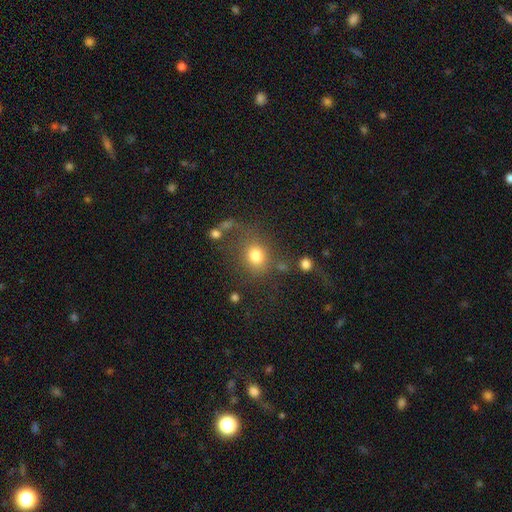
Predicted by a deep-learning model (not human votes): Q: Smooth or featured?
A: smooth (77%); runner-up: star or artifact (14%)
Q: How rounded?
A: round (71%); runner-up: in between (28%)
Q: Merging?
A: none (62%); runner-up: minor disturbance (15%)